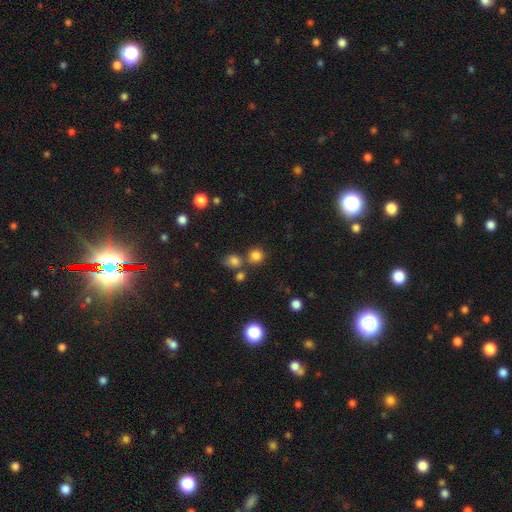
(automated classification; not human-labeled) This is likely a smooth galaxy (80%). How rounded: clearly round (88%). Merging: likely none (70%).